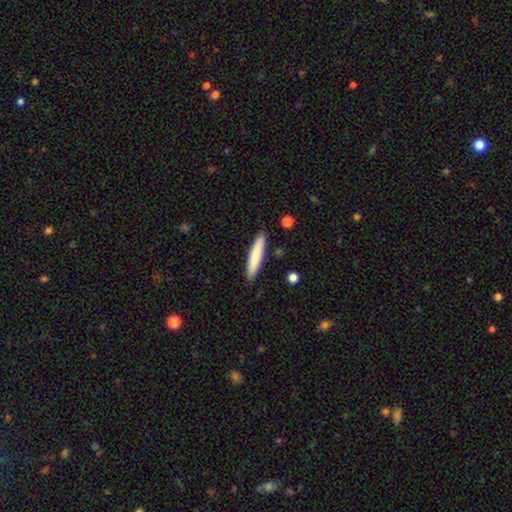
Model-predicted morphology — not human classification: This is likely a smooth galaxy (80%). How rounded: clearly cigar-shaped (88%). Merging: clearly none (89%).